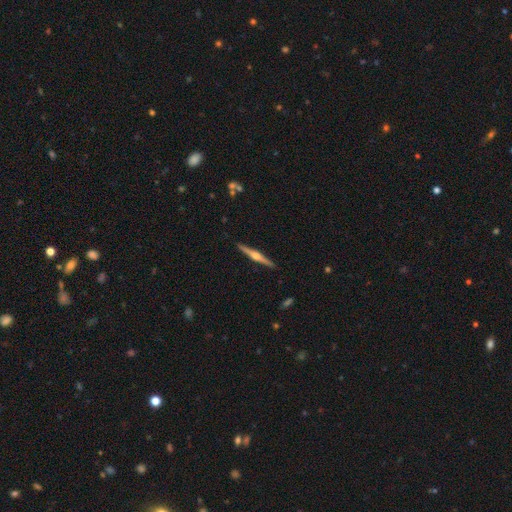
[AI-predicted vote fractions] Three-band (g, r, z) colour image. It shows a featured or disk galaxy (79%) viewed edge-on (98%) with a rounded central bulge (90%). Merging: none (92%).